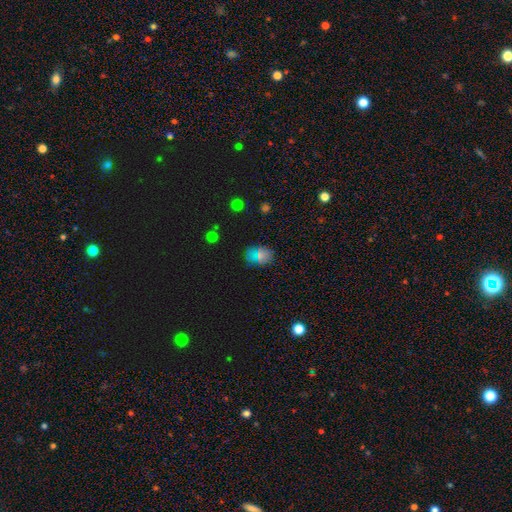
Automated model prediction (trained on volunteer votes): Q: Smooth or featured?
A: smooth (65%); runner-up: star or artifact (24%)
Q: How rounded?
A: in between (67%); runner-up: round (31%)
Q: Merging?
A: none (83%); runner-up: minor disturbance (12%)